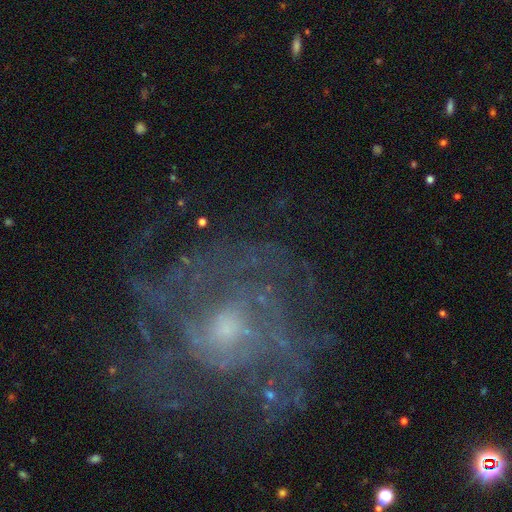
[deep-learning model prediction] Smooth or featured: featured or disk — 77% (star or artifact — 13%)
Edge-on disk: no — 97% (yes — 3%)
Bar: no — 76% (weak — 20%)
Spiral arms: yes — 81% (no — 19%)
Spiral winding: tight — 49% (medium — 35%)
Spiral arm count: can't tell — 47% (2 — 15%)
Bulge size: small — 46% (moderate — 44%)
Merging: none — 65% (major disturbance — 17%)